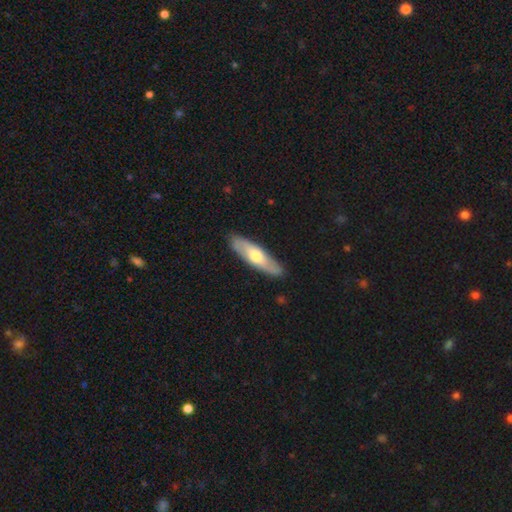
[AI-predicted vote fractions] Overall: smooth (50%; featured or disk 46%). Merging: none (88%).